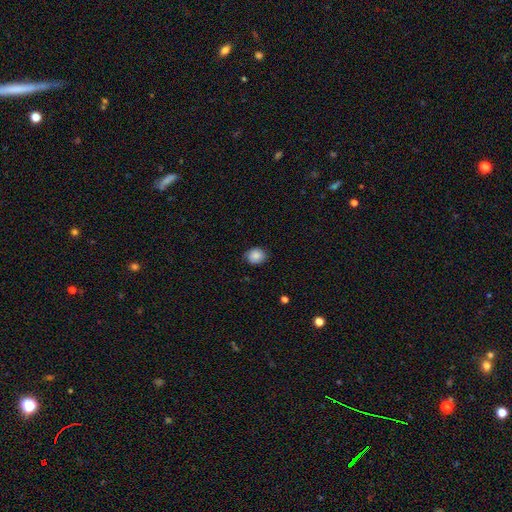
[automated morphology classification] Q: Smooth or featured?
A: smooth (84%); runner-up: star or artifact (8%)
Q: How rounded?
A: round (64%); runner-up: in between (35%)
Q: Merging?
A: none (81%); runner-up: minor disturbance (16%)